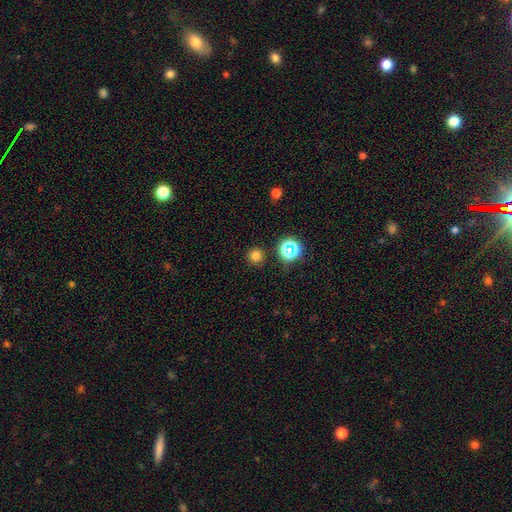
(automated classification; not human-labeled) The model was most divided on "smooth or featured": smooth: 75%, star or artifact: 20%, featured or disk: 5%. More confident: how rounded — round (95%); merging — none (89%).